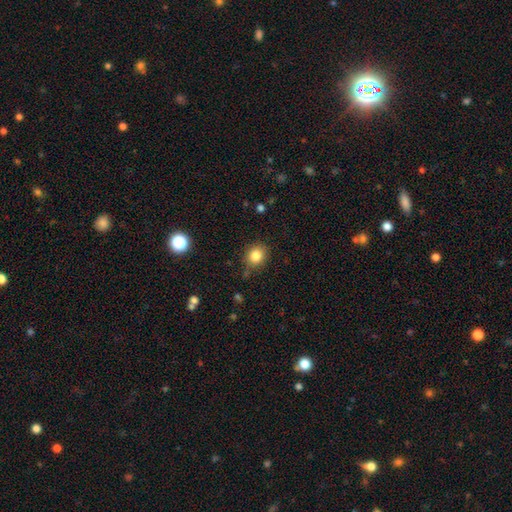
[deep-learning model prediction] smooth-or-featured: smooth: 84% | star or artifact: 10% | featured or disk: 6%
  how-rounded: round: 67% | in between: 32% | cigar-shaped: 1%
  merging: none: 82% | minor disturbance: 13% | major disturbance: 3% | merger: 2%